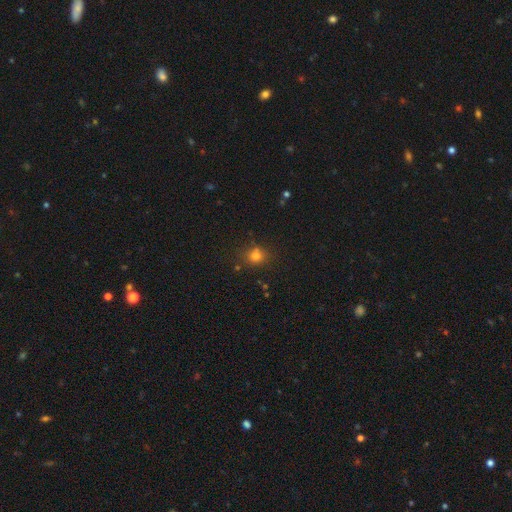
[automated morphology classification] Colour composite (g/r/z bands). It shows a smooth galaxy with no disk features (75%) that is round (75%). Merging: none (74%).